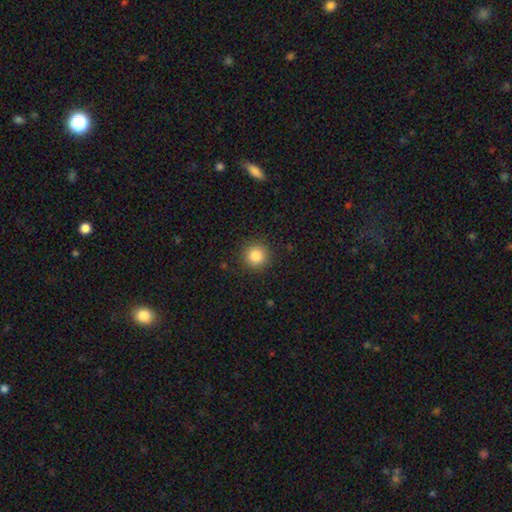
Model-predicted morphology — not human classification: The model was most divided on "smooth or featured": smooth: 85%, star or artifact: 11%, featured or disk: 5%. More confident: how rounded — round (95%); merging — none (91%).